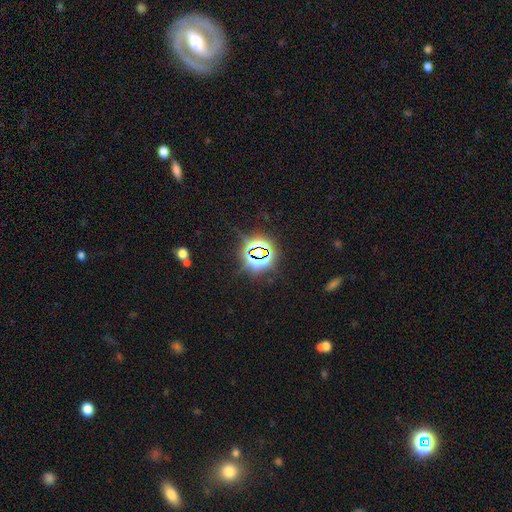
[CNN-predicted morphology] This is likely a star or artifact rather than a galaxy (78%).